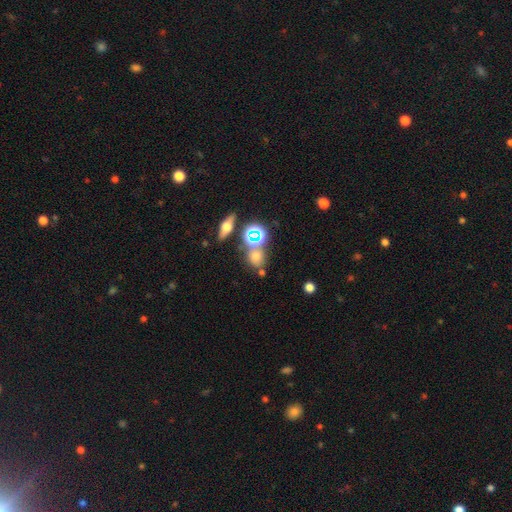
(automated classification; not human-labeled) The model was most divided on "smooth or featured": smooth: 55%, star or artifact: 30%, featured or disk: 15%. More confident: how rounded — round (68%); merging — none (65%).